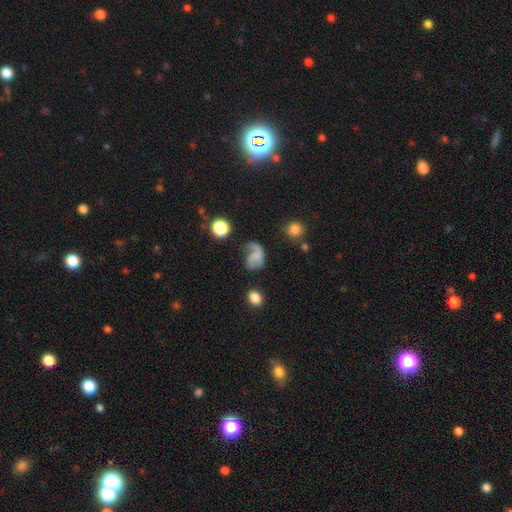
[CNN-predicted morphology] smooth_or_featured: featured or disk (p=0.52) [alt: smooth p=0.37]
disk_edge_on: no (p=0.98) [alt: yes p=0.02]
bar: no (p=0.65) [alt: weak p=0.28]
has_spiral_arms: yes (p=0.81) [alt: no p=0.19]
bulge_size: none (p=0.54) [alt: small p=0.27]
merging: major disturbance (p=0.40) [alt: none p=0.33]